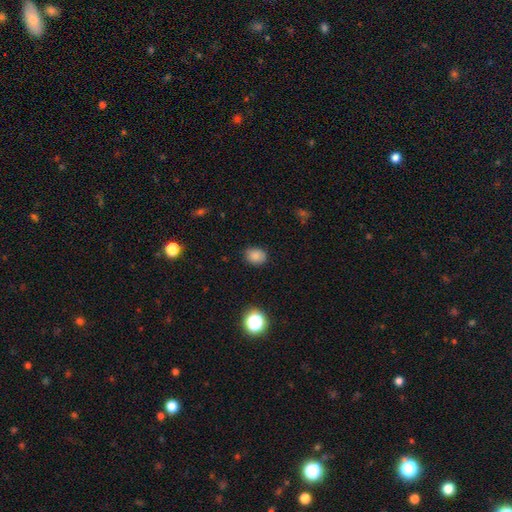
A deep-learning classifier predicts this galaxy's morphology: Smooth or featured?
  - smooth: 83% *
  - star or artifact: 12%
  - featured or disk: 4%
How rounded?
  - round: 51% *
  - in between: 48%
  - cigar-shaped: 1%
Merging?
  - none: 83% *
  - minor disturbance: 13%
  - major disturbance: 3%
  - merger: 1%